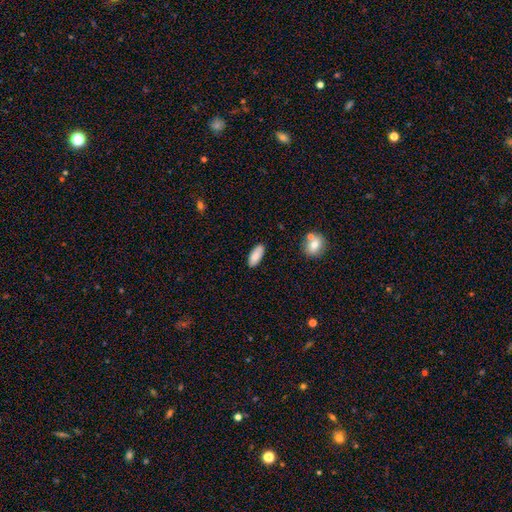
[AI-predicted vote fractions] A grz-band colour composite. It shows a smooth galaxy with no disk features (85%) that is in between round and cigar-shaped (82%). Merging: none (86%).